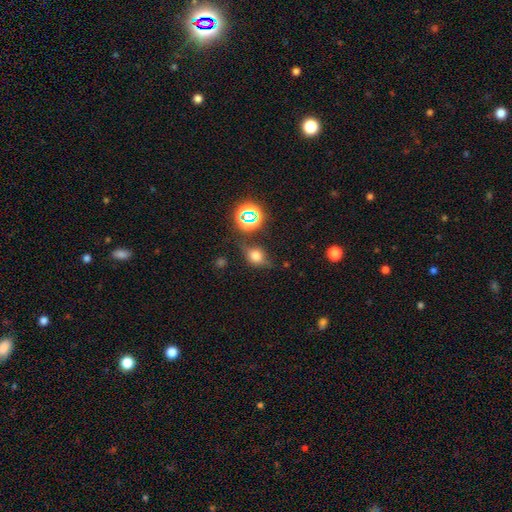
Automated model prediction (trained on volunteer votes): smooth_or_featured: smooth (p=0.56) [alt: featured or disk p=0.24]
how_rounded: in between (p=0.48) [tied with: round p=0.48]
merging: none (p=0.66) [alt: minor disturbance p=0.21]